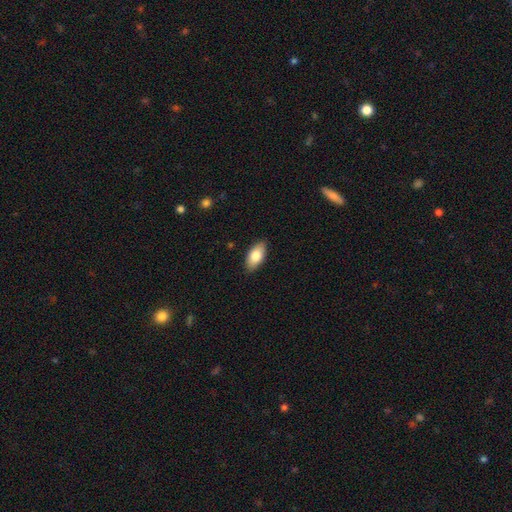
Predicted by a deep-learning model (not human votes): smooth_or_featured: smooth (p=0.81) [alt: featured or disk p=0.13]
how_rounded: in between (p=0.92) [alt: cigar-shaped p=0.05]
merging: none (p=0.88) [alt: minor disturbance p=0.09]